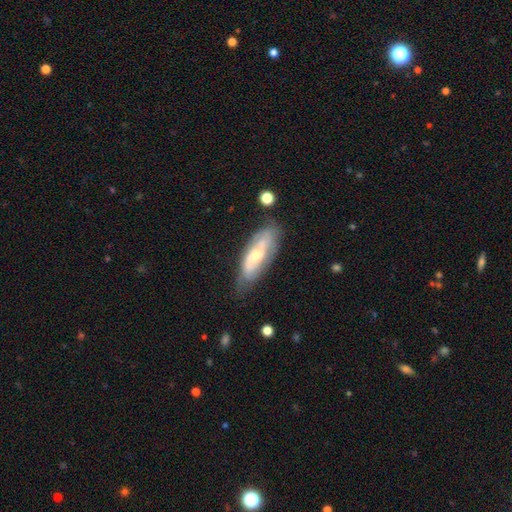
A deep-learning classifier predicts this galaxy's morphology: Smooth or featured? featured or disk (65%)
Edge-on disk? no (83%)
Bar? no (59%)
Spiral arms? yes (75%)
Bulge size? moderate (54%)
Merging? none (66%)